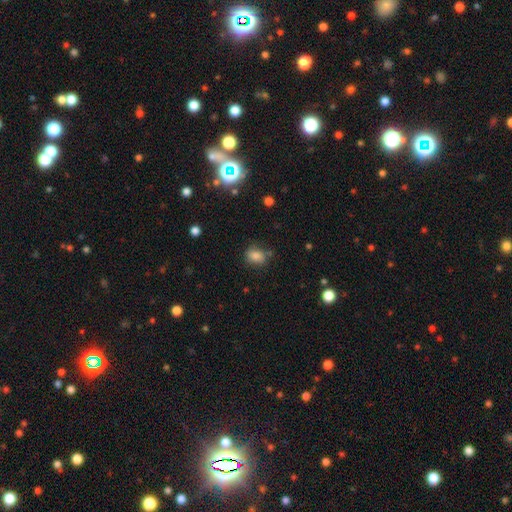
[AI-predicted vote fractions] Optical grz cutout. It shows a smooth galaxy with no disk features (80%) that is in between round and cigar-shaped (59%). Merging: none (69%).